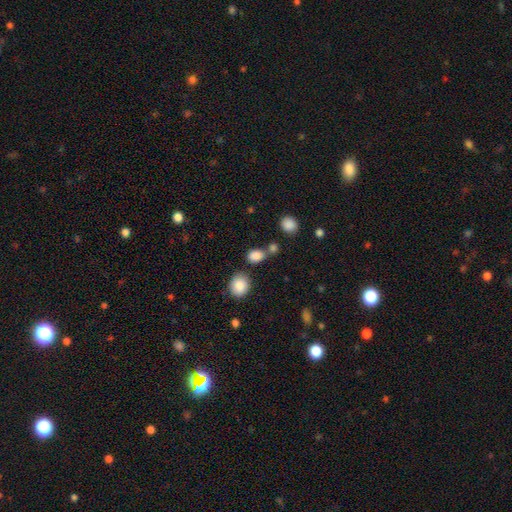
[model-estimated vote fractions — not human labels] This is clearly a smooth galaxy (84%). How rounded: likely in between (69%). Merging: likely none (60%).